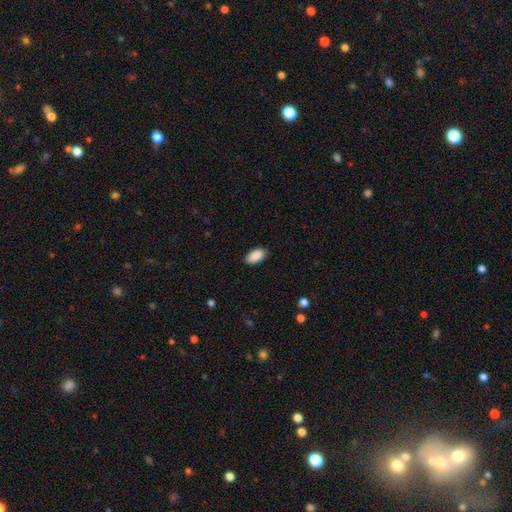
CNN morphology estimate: This appears to be a smooth galaxy with no disk features (90%) that is in between round and cigar-shaped (95%). Merging: none (87%).